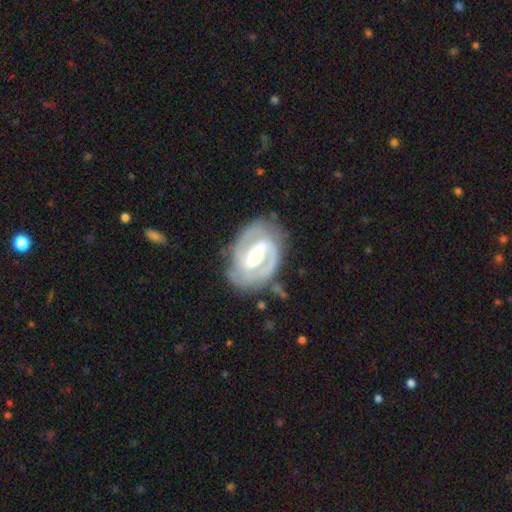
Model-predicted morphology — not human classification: smooth_or_featured: featured or disk (p=0.89) [alt: smooth p=0.07]
disk_edge_on: no (p=0.97) [alt: yes p=0.03]
bar: strong (p=0.55) [alt: weak p=0.34]
has_spiral_arms: yes (p=0.95) [alt: no p=0.05]
spiral_winding: tight (p=0.48) [alt: medium p=0.43]
spiral_arm_count: 2 (p=0.87) [alt: can't tell p=0.05]
bulge_size: moderate (p=0.60) [alt: small p=0.30]
merging: none (p=0.78) [alt: minor disturbance p=0.15]